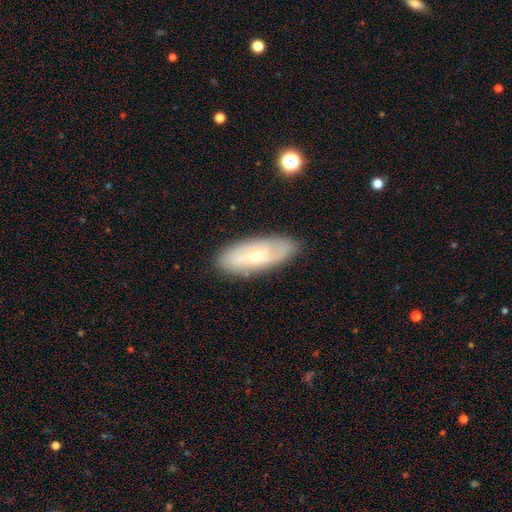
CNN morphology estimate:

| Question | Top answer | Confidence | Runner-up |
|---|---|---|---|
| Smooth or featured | featured or disk | 60% | smooth (33%) |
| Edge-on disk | no | 84% | yes (16%) |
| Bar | weak | 45% | no (41%) |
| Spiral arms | yes | 73% | no (27%) |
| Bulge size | small | 52% | moderate (43%) |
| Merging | none | 83% | minor disturbance (12%) |